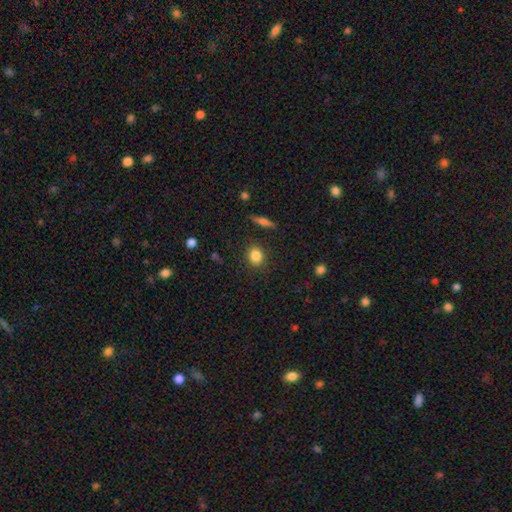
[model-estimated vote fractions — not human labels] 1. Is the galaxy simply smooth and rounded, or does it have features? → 84% smooth, 9% star or artifact, 7% featured or disk.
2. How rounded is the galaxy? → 56% round, 42% in between, 2% cigar-shaped.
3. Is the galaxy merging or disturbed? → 87% none, 9% minor disturbance, 3% major disturbance, 2% merger.